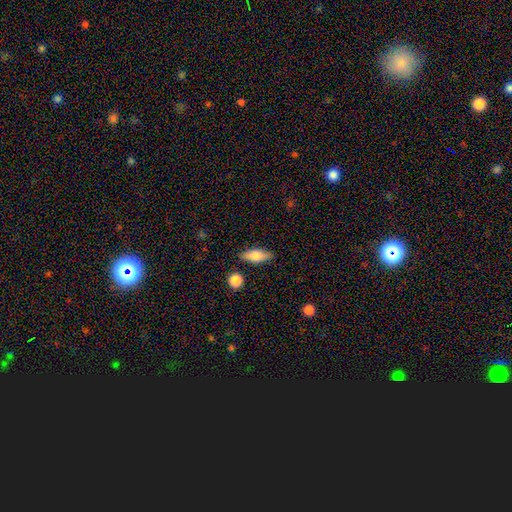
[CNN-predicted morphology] Smooth or featured? smooth (73%)
How rounded? in between (71%)
Merging? none (84%)